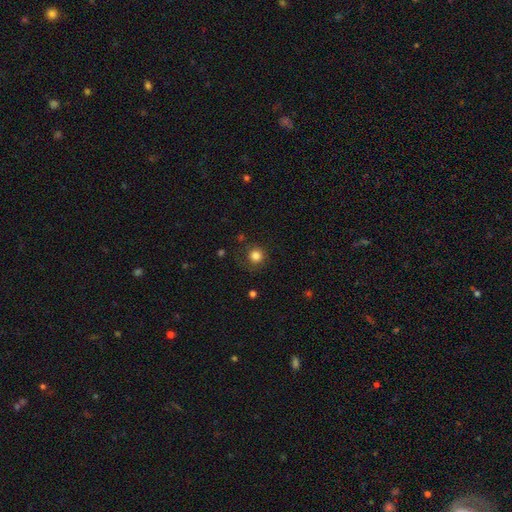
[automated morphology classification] A smooth galaxy with no disk features (83%) that is round (93%). Merging: none (77%).